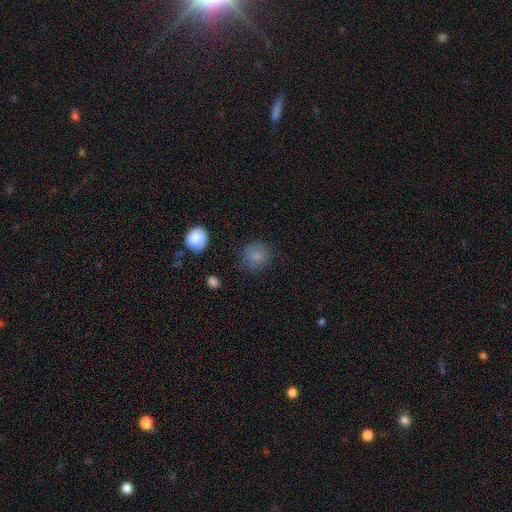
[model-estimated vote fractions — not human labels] smooth_or_featured: smooth (p=0.82) [alt: star or artifact p=0.10]
how_rounded: round (p=0.88) [alt: in between p=0.11]
merging: none (p=0.76) [alt: minor disturbance p=0.16]